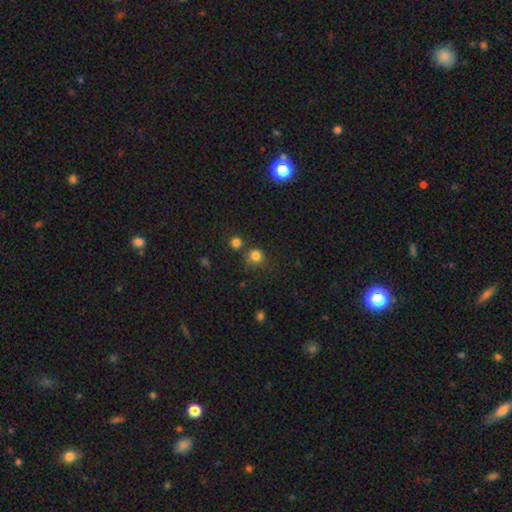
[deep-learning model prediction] The model was most divided on "merging": none: 70%, merger: 13%, minor disturbance: 13%, major disturbance: 4%. More confident: how rounded — round (89%); smooth or featured — smooth (81%).